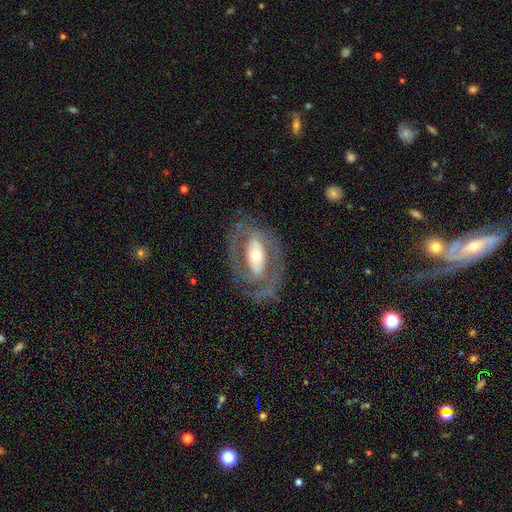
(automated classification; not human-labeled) Smooth or featured?
  - featured or disk: 81% *
  - smooth: 14%
  - star or artifact: 5%
Edge-on disk?
  - no: 94% *
  - yes: 6%
Bar?
  - no: 37% *
  - strong: 35%
  - weak: 28%
Spiral arms?
  - yes: 74% *
  - no: 26%
Spiral winding?
  - tight: 44% *
  - medium: 41%
  - loose: 15%
Spiral arm count?
  - 2: 76% *
  - can't tell: 13%
  - 1: 5%
  - 3: 3%
  - 4: 1%
  - more than 4: 1%
Bulge size?
  - moderate: 62% *
  - small: 23%
  - large: 12%
  - dominant: 2%
  - none: 1%
Merging?
  - none: 71% *
  - minor disturbance: 15%
  - major disturbance: 12%
  - merger: 1%